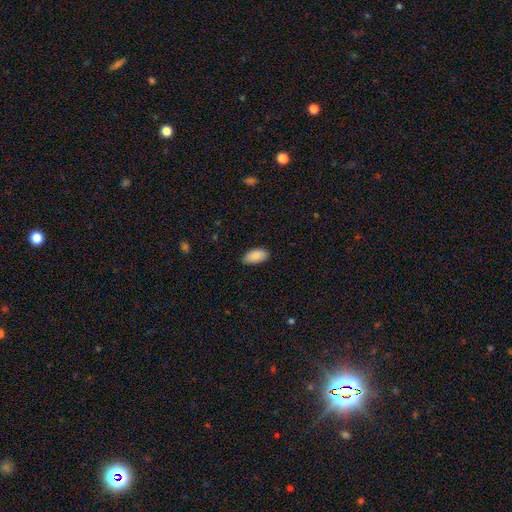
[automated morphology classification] A smooth galaxy with no disk features (90%) that is in between round and cigar-shaped (93%). Merging: none (82%).